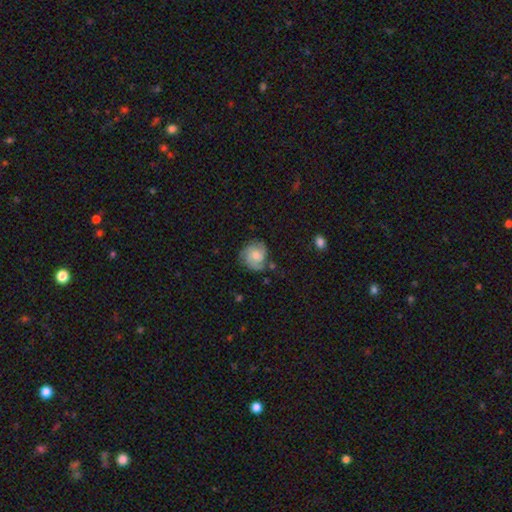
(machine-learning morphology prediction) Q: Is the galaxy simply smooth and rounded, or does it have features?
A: featured or disk — 58%.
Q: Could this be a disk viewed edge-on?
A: no — 98%.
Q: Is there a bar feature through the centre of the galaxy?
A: no — 70%.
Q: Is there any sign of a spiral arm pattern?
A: yes — 90%.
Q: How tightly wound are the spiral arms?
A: tight — 46%.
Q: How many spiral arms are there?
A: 2 — 33%, tied with 3.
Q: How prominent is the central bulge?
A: moderate — 53%.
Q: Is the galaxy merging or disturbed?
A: none — 66%.